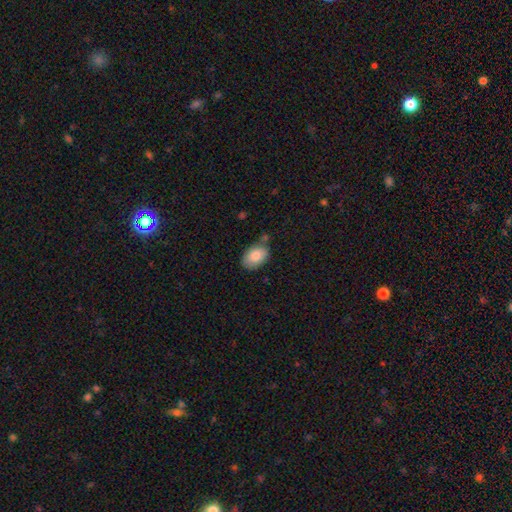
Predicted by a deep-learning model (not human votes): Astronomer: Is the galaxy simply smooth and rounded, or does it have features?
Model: smooth — 85%.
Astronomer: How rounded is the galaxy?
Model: in between — 87%.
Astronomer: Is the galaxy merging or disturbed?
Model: none — 70%.